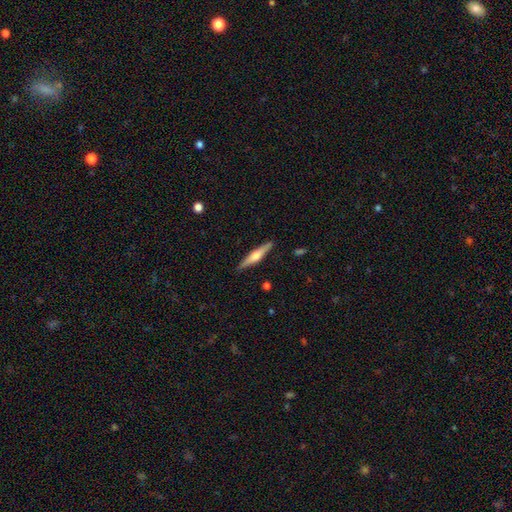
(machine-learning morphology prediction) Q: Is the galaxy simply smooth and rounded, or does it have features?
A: featured or disk — 62%.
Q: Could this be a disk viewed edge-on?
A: yes — 97%.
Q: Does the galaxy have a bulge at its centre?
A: rounded — 87%.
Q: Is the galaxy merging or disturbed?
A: none — 90%.